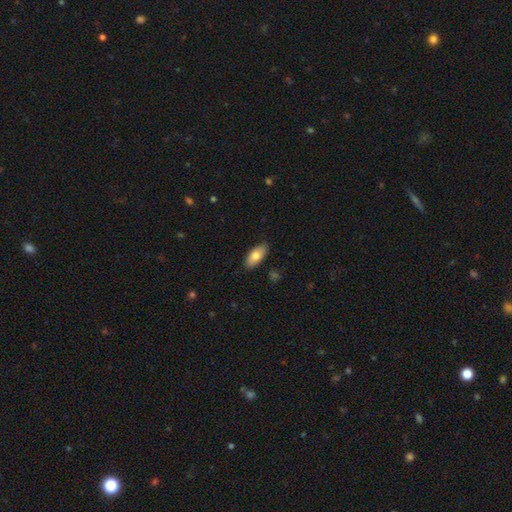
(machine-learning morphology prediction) This is likely a smooth galaxy (78%). How rounded: clearly in between (90%). Merging: clearly none (87%).